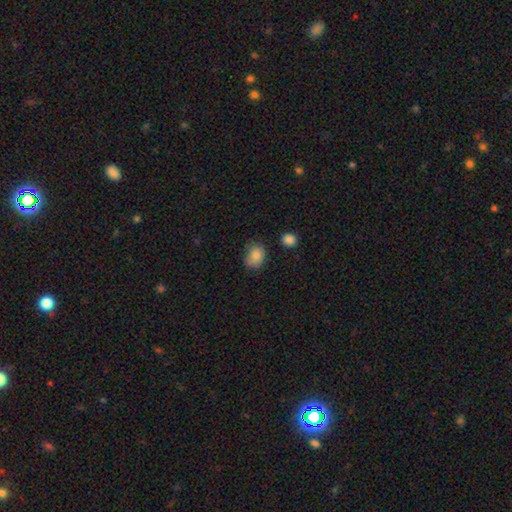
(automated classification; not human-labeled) Q: Smooth or featured?
A: smooth (85%); runner-up: star or artifact (9%)
Q: How rounded?
A: in between (53%); runner-up: round (46%)
Q: Merging?
A: none (69%); runner-up: minor disturbance (23%)